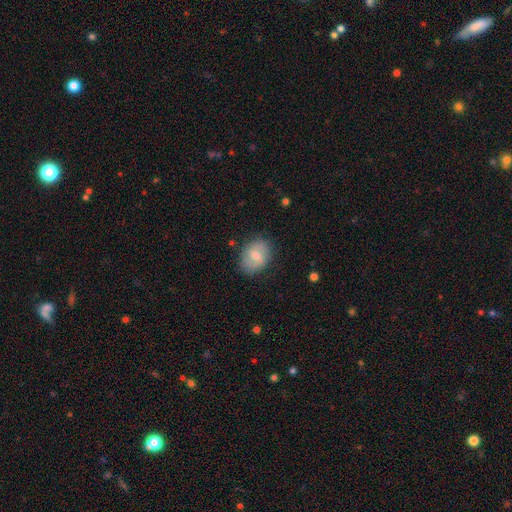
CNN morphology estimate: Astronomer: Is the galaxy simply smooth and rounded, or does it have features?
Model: smooth — 53% (runner-up: featured or disk, 40%).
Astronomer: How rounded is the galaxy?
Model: in between — 58% (runner-up: round, 41%).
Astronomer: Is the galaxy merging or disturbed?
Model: none — 79%.